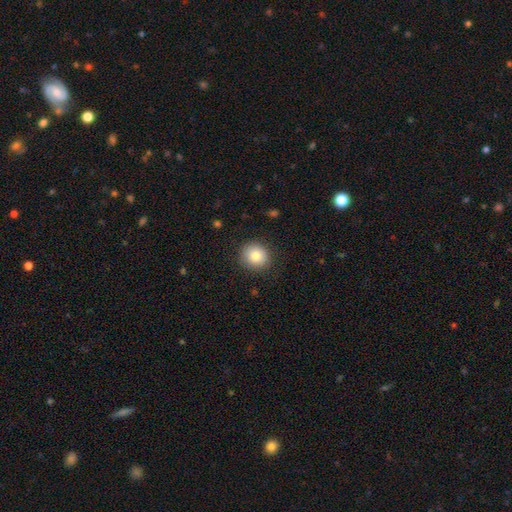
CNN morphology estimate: The model was most divided on "smooth or featured": smooth: 82%, star or artifact: 9%, featured or disk: 8%. More confident: merging — none (89%); how rounded — round (87%).